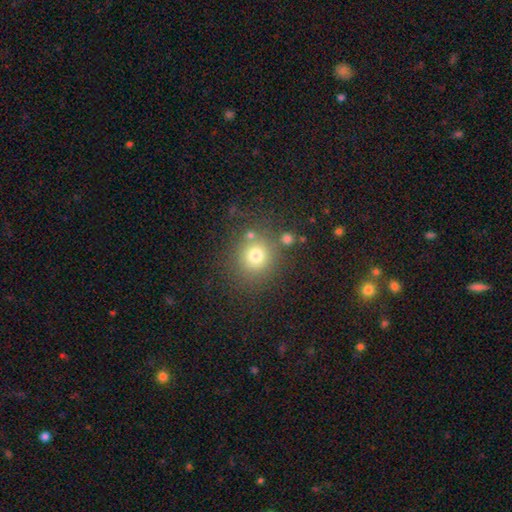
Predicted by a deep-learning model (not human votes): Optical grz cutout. It shows a smooth galaxy with no disk features (75%) that is round (89%). Merging: none (76%).